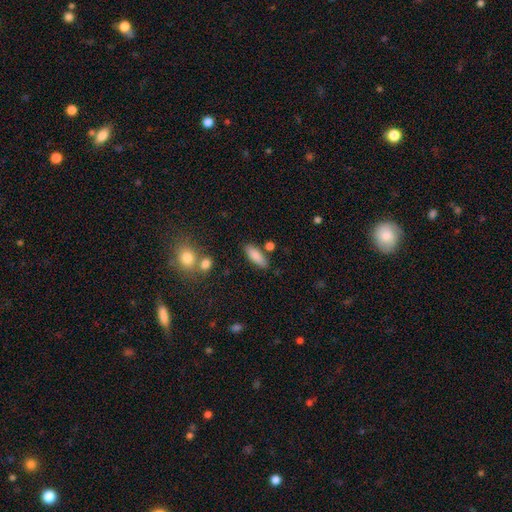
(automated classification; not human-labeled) smooth-or-featured: smooth: 85% | featured or disk: 8% | star or artifact: 7%
  how-rounded: in between: 67% | cigar-shaped: 31% | round: 3%
  merging: none: 77% | minor disturbance: 12% | merger: 7% | major disturbance: 3%